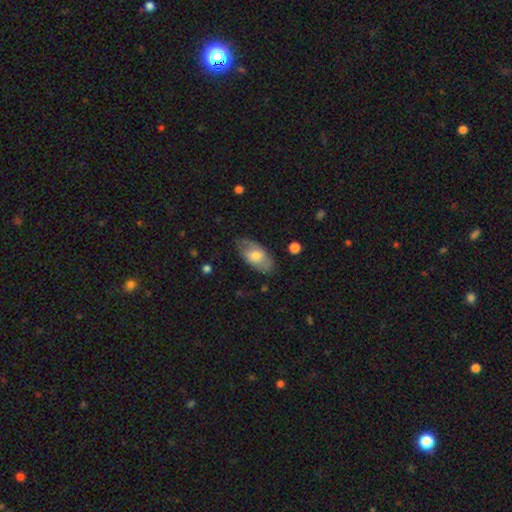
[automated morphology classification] smooth 62%, featured or disk 32%, star or artifact 6%. Down the decision tree: how rounded — in between (93%); merging — none (71%).